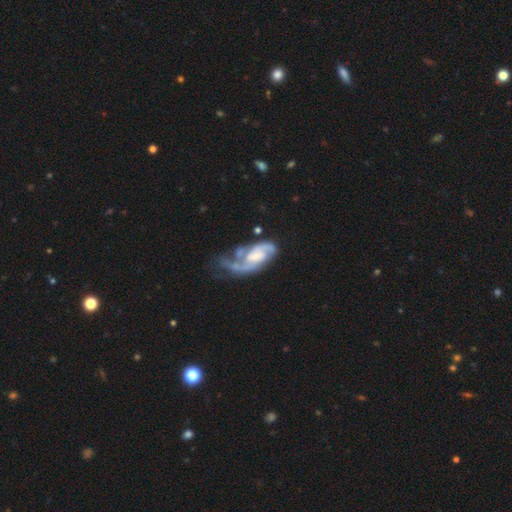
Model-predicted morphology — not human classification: A featured or disk galaxy (84%) with no bar (46%), 2 (72%) medium (47%) spiral arms (94%) and a moderate central bulge (35%). Merging: major disturbance (34%).